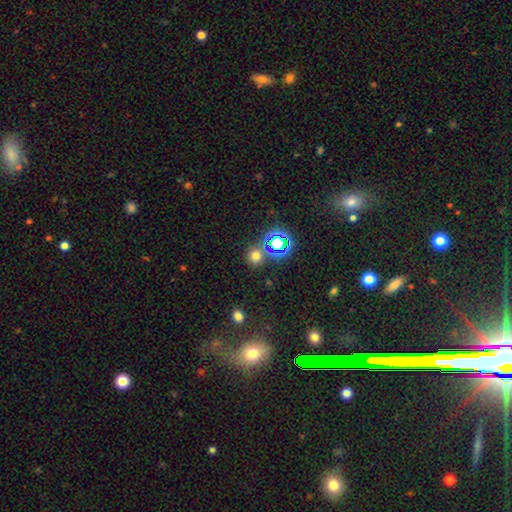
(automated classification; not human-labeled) Smooth or featured? smooth (64%)
How rounded? round (87%)
Merging? none (78%)